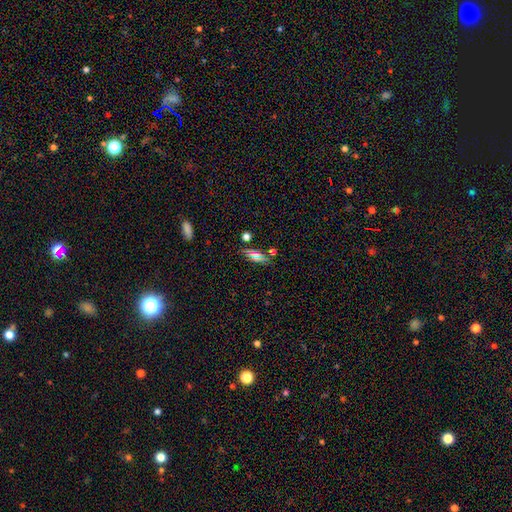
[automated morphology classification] smooth 61%, featured or disk 20%, star or artifact 19%. Down the decision tree: how rounded — in between (76%); merging — none (79%).